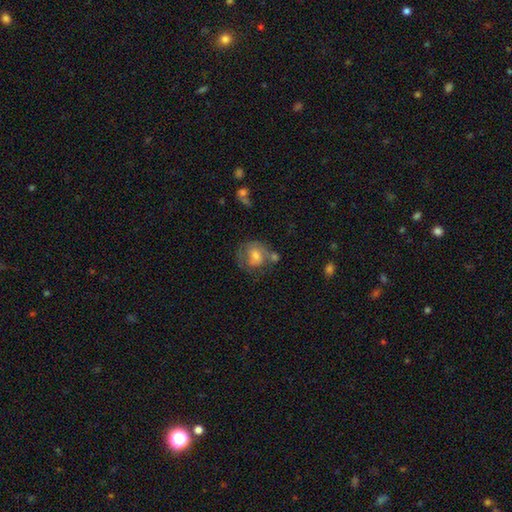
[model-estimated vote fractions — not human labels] smooth_or_featured: featured or disk (p=0.46) [alt: smooth p=0.43]
merging: none (p=0.49) [alt: minor disturbance p=0.21]